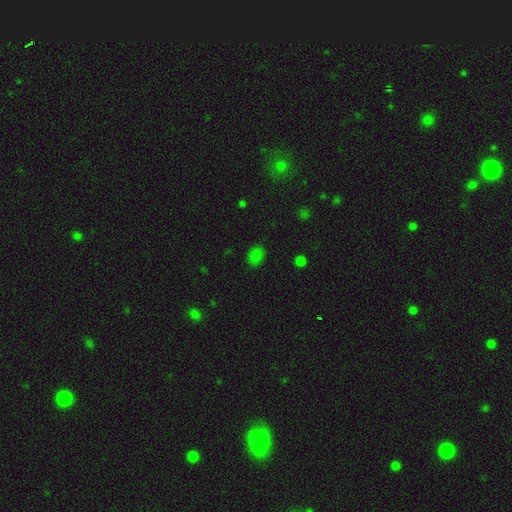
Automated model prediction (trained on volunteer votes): smooth_or_featured: smooth (p=0.78) [alt: star or artifact p=0.17]
how_rounded: in between (p=0.56) [alt: round p=0.43]
merging: none (p=0.84) [alt: minor disturbance p=0.12]